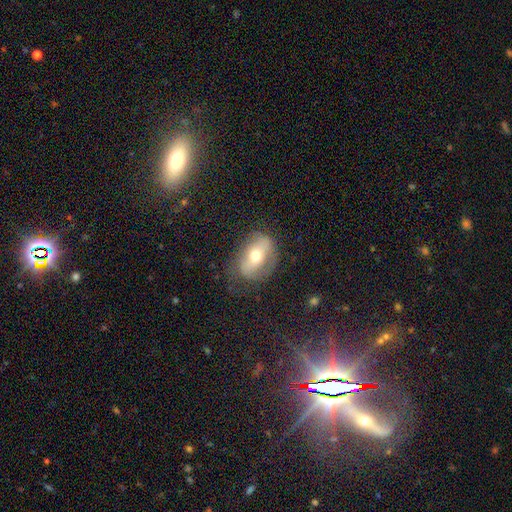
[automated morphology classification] A featured or disk galaxy (47%).

Vote fractions:
- Smooth or featured? featured or disk: 47% / smooth: 45% / star or artifact: 8%
- Merging? none: 58% / minor disturbance: 25% / major disturbance: 15% / merger: 2%